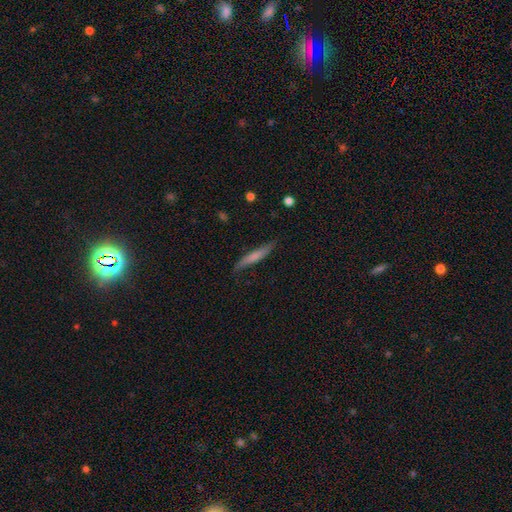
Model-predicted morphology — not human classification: Smooth or featured?
  - smooth: 60% *
  - featured or disk: 34%
  - star or artifact: 6%
How rounded?
  - cigar-shaped: 92% *
  - in between: 6%
  - round: 2%
Merging?
  - none: 73% *
  - minor disturbance: 21%
  - major disturbance: 4%
  - merger: 2%